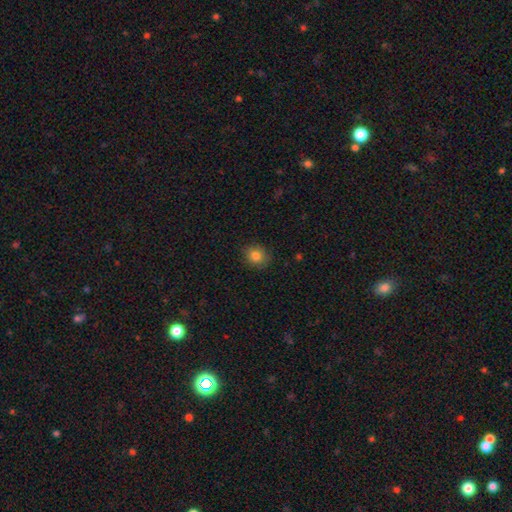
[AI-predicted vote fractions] A smooth galaxy with no disk features (82%) that is round (78%). Merging: none (85%).